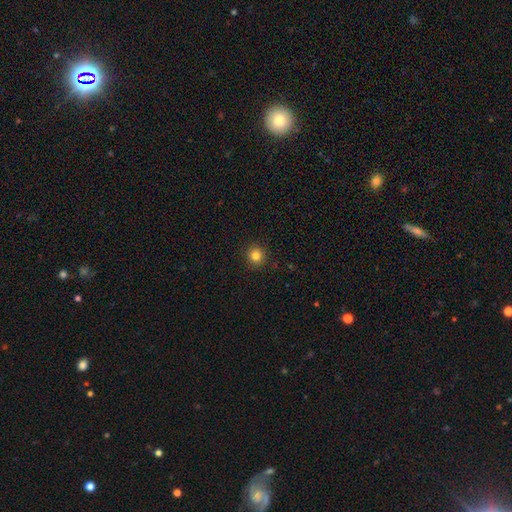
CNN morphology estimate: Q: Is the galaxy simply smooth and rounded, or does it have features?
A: smooth — 83%.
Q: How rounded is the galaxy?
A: round — 92%.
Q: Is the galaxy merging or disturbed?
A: none — 91%.